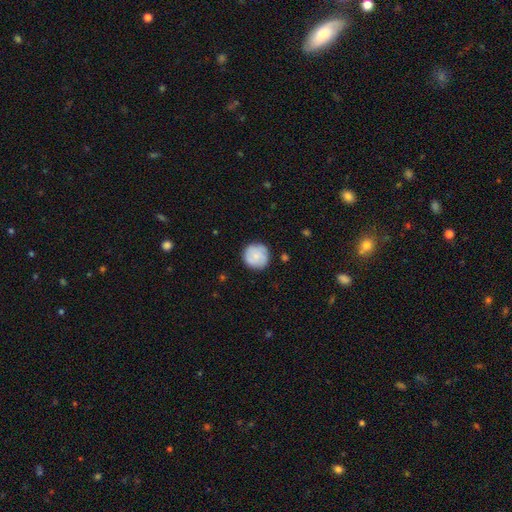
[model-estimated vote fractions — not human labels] Q: Smooth or featured?
A: smooth (68%); runner-up: featured or disk (25%)
Q: How rounded?
A: round (94%); runner-up: in between (5%)
Q: Merging?
A: none (85%); runner-up: minor disturbance (12%)